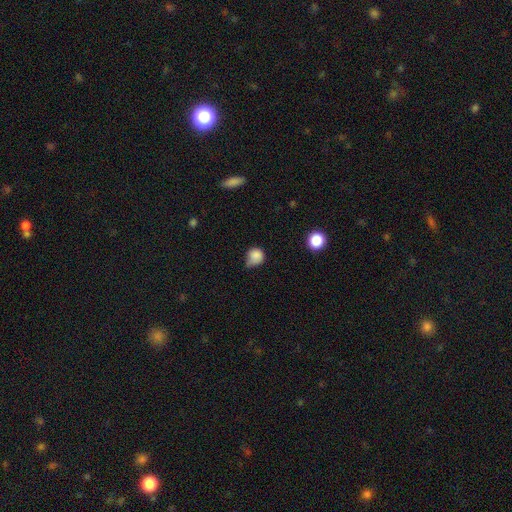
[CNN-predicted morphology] This is clearly a smooth galaxy (83%). How rounded: likely round (80%). Merging: marginally minor disturbance (44%).